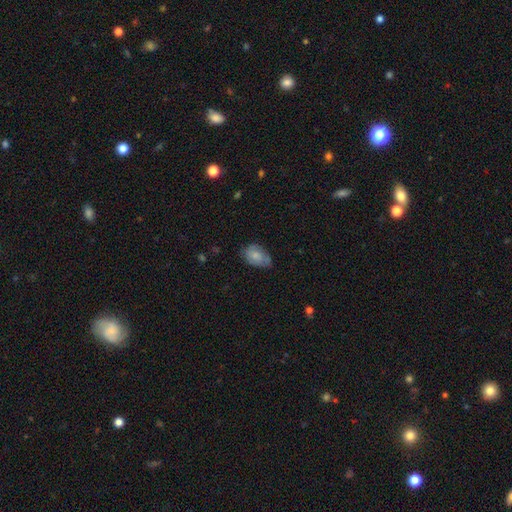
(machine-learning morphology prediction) Smooth or featured?
  - smooth: 66% *
  - featured or disk: 26%
  - star or artifact: 7%
How rounded?
  - in between: 87% *
  - round: 11%
  - cigar-shaped: 2%
Merging?
  - none: 57% *
  - minor disturbance: 33%
  - major disturbance: 9%
  - merger: 1%